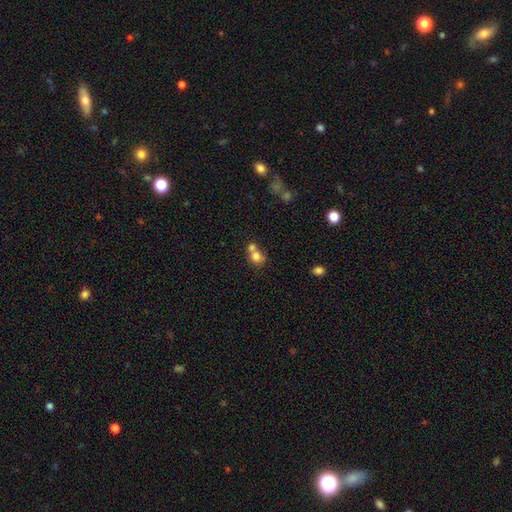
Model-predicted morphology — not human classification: Smooth or featured? Predicted: smooth (p=0.76). How rounded? Predicted: round (p=0.71). Merging? Predicted: merger (p=0.56).